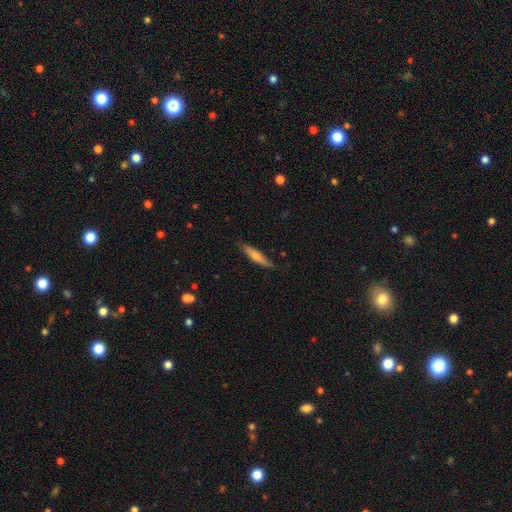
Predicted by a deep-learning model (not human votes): The model was most divided on "smooth or featured": smooth: 53%, featured or disk: 41%, star or artifact: 6%. More confident: how rounded — cigar-shaped (87%); merging — none (83%).